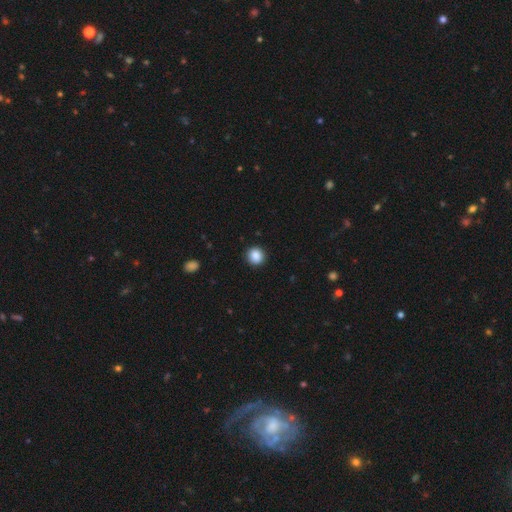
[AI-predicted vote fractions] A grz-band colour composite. It shows a smooth galaxy with no disk features (88%) that is round (93%). Merging: none (92%).